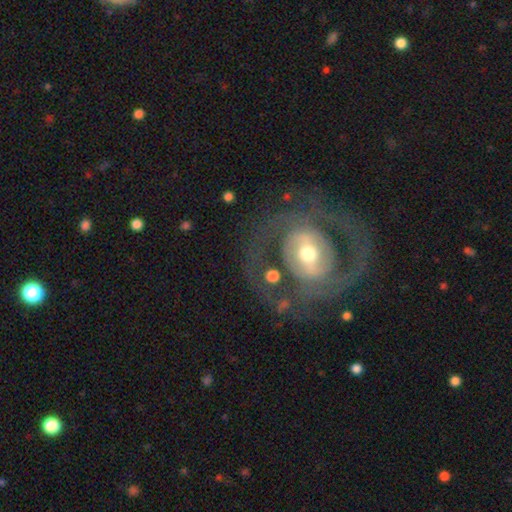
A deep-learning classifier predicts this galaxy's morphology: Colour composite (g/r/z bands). It shows a featured or disk galaxy (83%) with a weak bar (36%, tied with no), 2 (77%) medium (43%) spiral arms (81%) and a moderate central bulge (62%). Merging: none (74%).